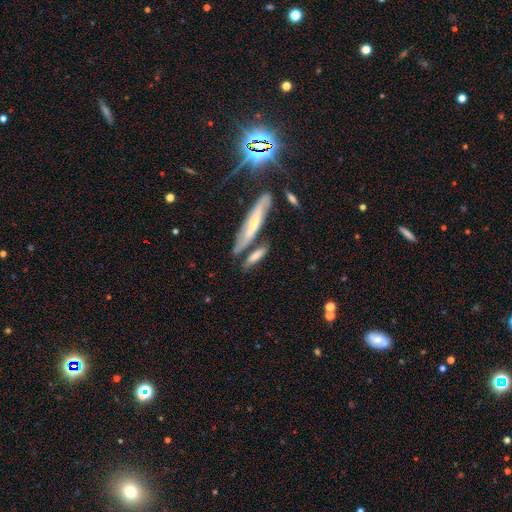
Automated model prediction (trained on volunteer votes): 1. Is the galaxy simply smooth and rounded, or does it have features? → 65% smooth, 29% featured or disk, 6% star or artifact.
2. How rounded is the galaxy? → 73% cigar-shaped, 24% in between, 3% round.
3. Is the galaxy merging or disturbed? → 58% none, 23% merger, 14% minor disturbance, 4% major disturbance.